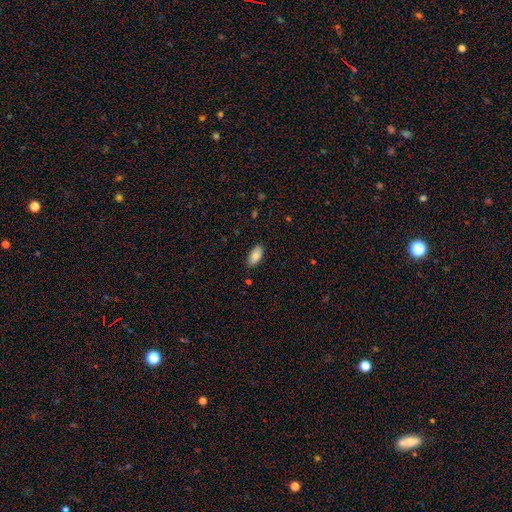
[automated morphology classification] This appears to be a smooth galaxy with no disk features (85%) that is in between round and cigar-shaped (94%). Merging: none (85%).